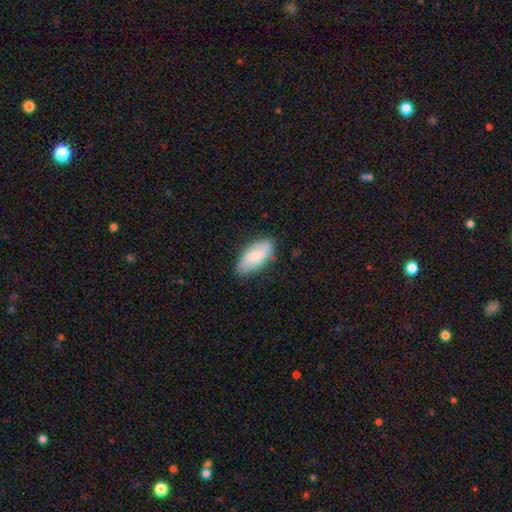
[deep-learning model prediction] A smooth galaxy with no disk features (60%) that is in between round and cigar-shaped (90%). Merging: none (78%).